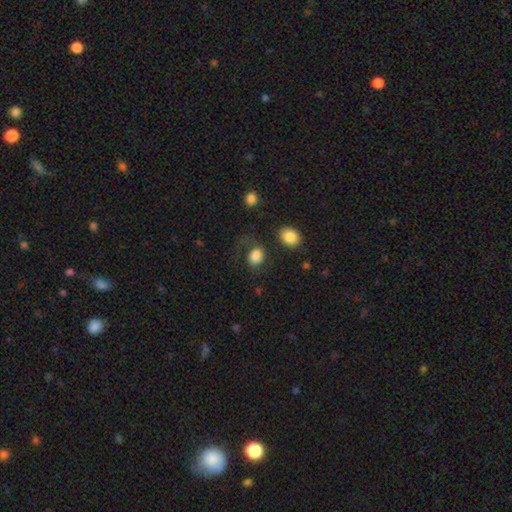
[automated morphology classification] Overall: smooth (78%). How rounded: round (54%; in between 45%). Merging: none (49%; major disturbance 28%).